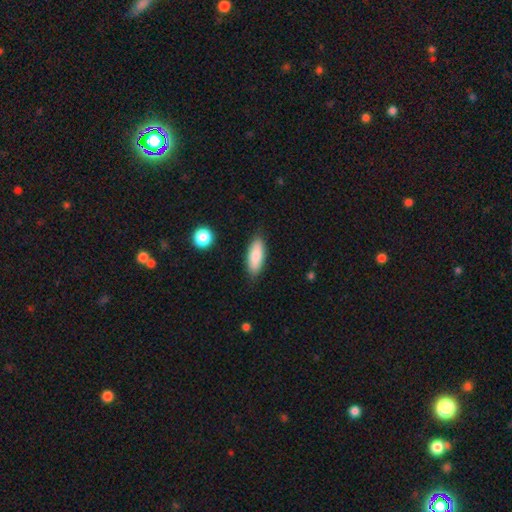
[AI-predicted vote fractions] This is clearly a smooth galaxy (84%). How rounded: likely in between (73%). Merging: clearly none (85%).